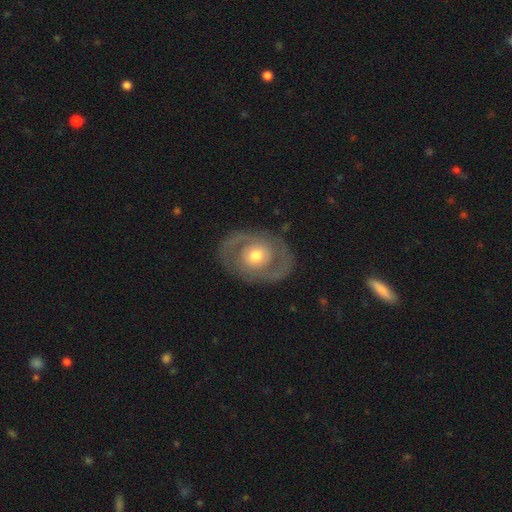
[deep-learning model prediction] Overall: featured or disk (77%). Edge-on disk: no (96%). Bar: no (73%). Spiral arms: yes (70%; no 30%). Spiral arm count: 2 (82%). Spiral winding: tight (43%; medium 42%). Bulge size: moderate (70%). Merging: none (82%).